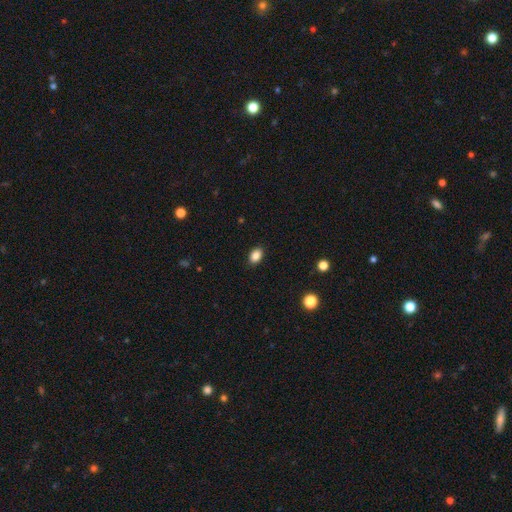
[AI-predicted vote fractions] Q: Smooth or featured?
A: smooth (87%); runner-up: star or artifact (9%)
Q: How rounded?
A: in between (81%); runner-up: round (17%)
Q: Merging?
A: none (89%); runner-up: minor disturbance (8%)